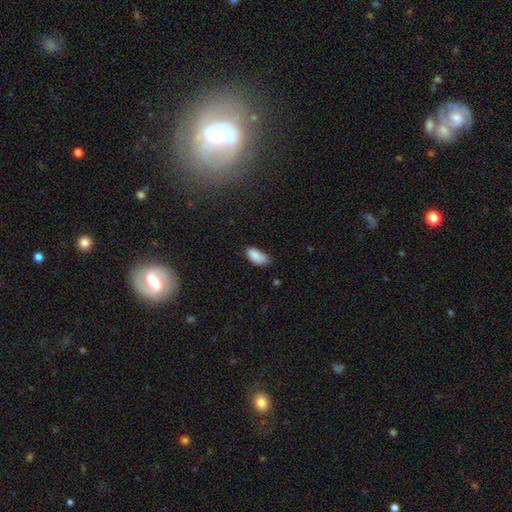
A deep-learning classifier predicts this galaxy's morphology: This appears to be a smooth galaxy with no disk features (88%) that is in between round and cigar-shaped (92%). Merging: none (55%).